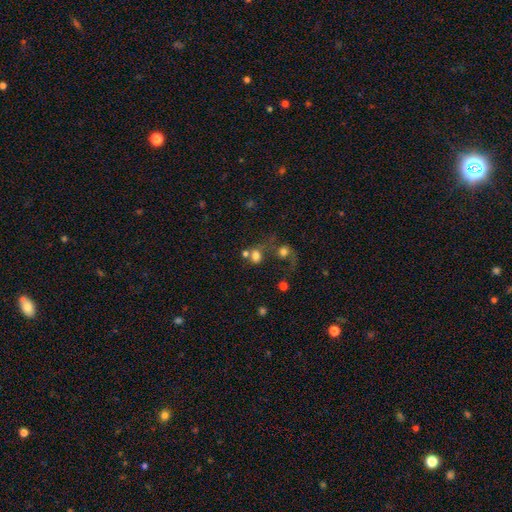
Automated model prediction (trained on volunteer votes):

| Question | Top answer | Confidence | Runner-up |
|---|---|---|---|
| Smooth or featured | smooth | 72% | star or artifact (14%) |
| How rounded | round | 69% | in between (30%) |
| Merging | merger | 44% | none (33%) |